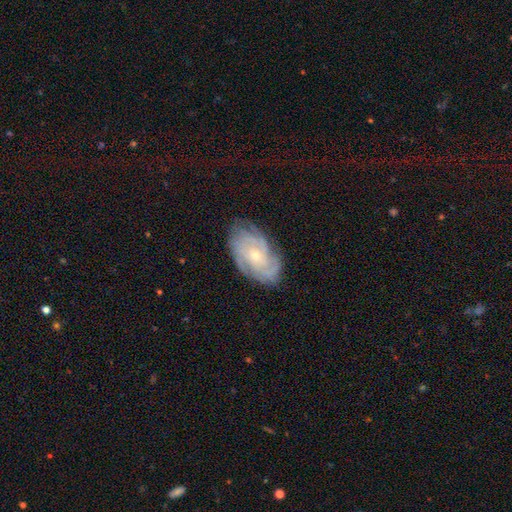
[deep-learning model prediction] Smooth or featured: featured or disk — 82% (smooth — 12%)
Edge-on disk: no — 96% (yes — 4%)
Bar: no — 72% (weak — 23%)
Spiral arms: yes — 96% (no — 4%)
Spiral winding: tight — 70% (medium — 25%)
Spiral arm count: can't tell — 30% (4 — 25%)
Bulge size: small — 69% (moderate — 28%)
Merging: none — 78% (minor disturbance — 17%)